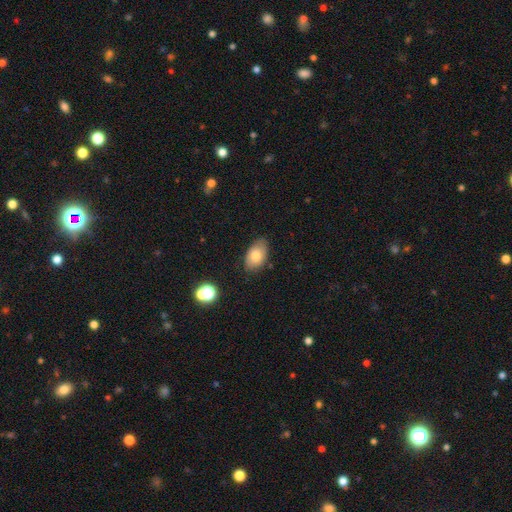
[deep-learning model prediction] Q: Smooth or featured?
A: smooth (75%); runner-up: featured or disk (16%)
Q: How rounded?
A: in between (90%); runner-up: round (9%)
Q: Merging?
A: none (77%); runner-up: minor disturbance (19%)